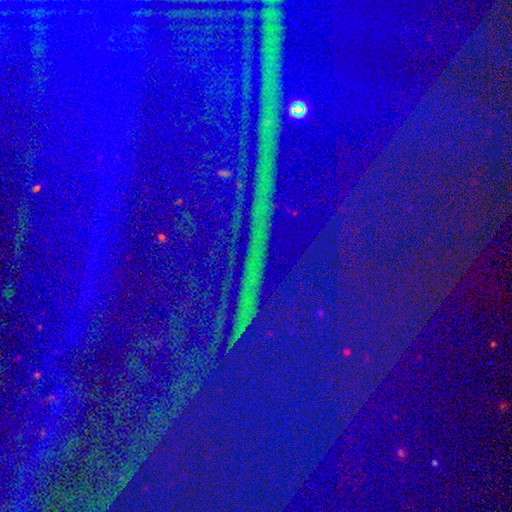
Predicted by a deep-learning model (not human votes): smooth-or-featured: star or artifact: 85% | featured or disk: 8% | smooth: 7%